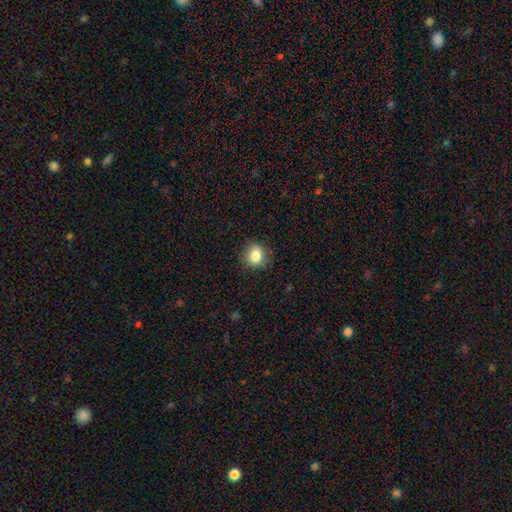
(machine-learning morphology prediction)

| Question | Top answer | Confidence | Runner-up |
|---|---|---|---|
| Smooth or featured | smooth | 83% | star or artifact (10%) |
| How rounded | round | 71% | in between (28%) |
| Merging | none | 86% | minor disturbance (10%) |